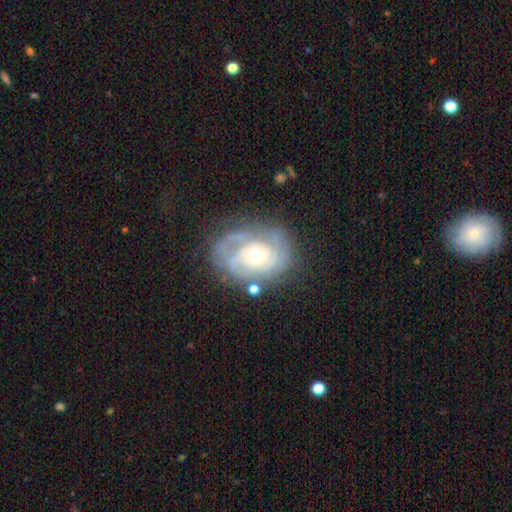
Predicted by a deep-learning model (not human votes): Morphology: type=featured or disk (85%); edge-on=no (97%); bar=no (76%); spiral arms=yes (93%); winding=tight (66%); arm count=can't tell (29%); bulge=moderate (61%); merging=none (66%).